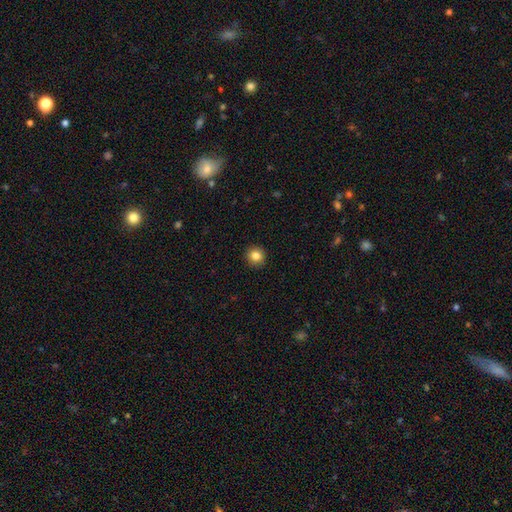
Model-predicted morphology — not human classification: smooth_or_featured: smooth (p=0.84) [alt: star or artifact p=0.11]
how_rounded: round (p=0.93) [alt: in between p=0.06]
merging: none (p=0.93) [alt: minor disturbance p=0.05]